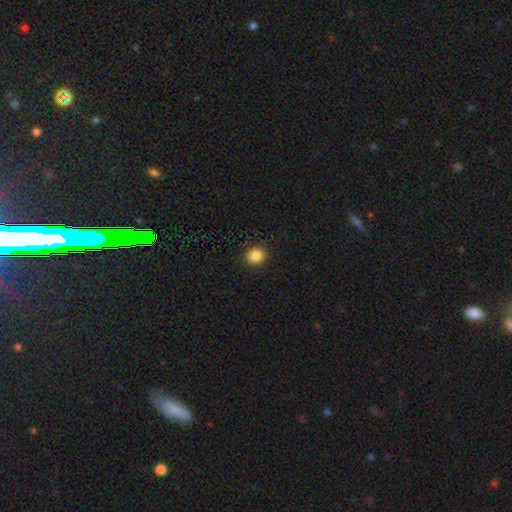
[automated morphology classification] Overall: smooth (86%). How rounded: round (80%). Merging: none (91%).